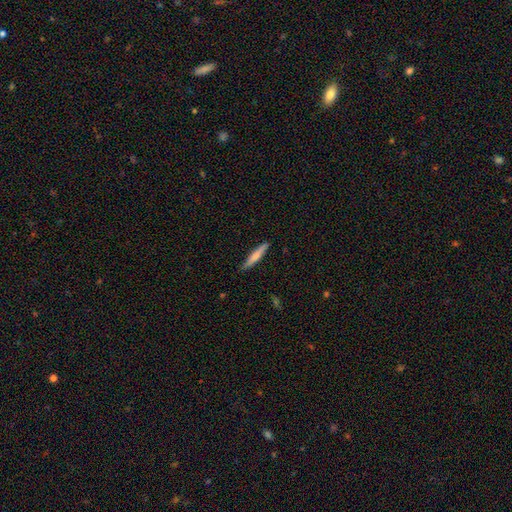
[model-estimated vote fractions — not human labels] Morphology: type=smooth (67%); roundness=cigar-shaped (93%); merging=none (86%).